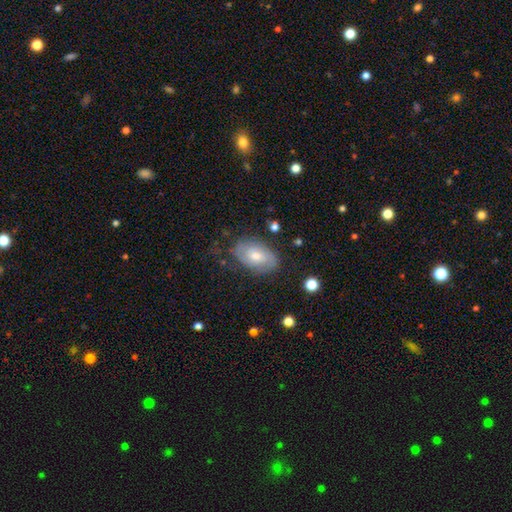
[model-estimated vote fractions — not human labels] This appears to be a featured or disk galaxy (47%). Merging: none (69%).